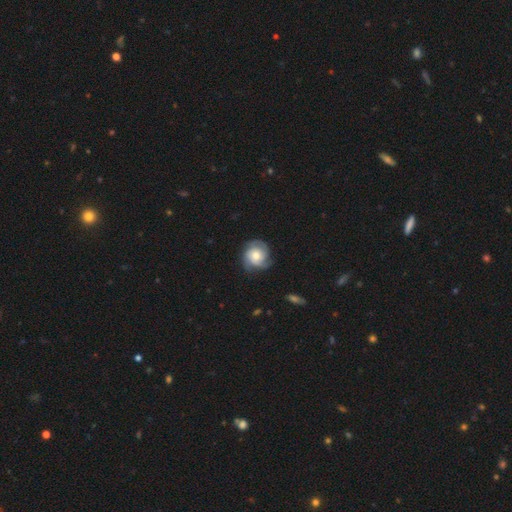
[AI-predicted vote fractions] Smooth or featured?
  - featured or disk: 74% *
  - smooth: 20%
  - star or artifact: 6%
Edge-on disk?
  - no: 98% *
  - yes: 2%
Bar?
  - no: 78% *
  - weak: 19%
  - strong: 4%
Spiral arms?
  - yes: 94% *
  - no: 6%
Spiral winding?
  - tight: 56% *
  - medium: 35%
  - loose: 9%
Spiral arm count?
  - 3: 50% *
  - 2: 19%
  - can't tell: 15%
  - 4: 8%
  - 1: 4%
  - more than 4: 4%
Bulge size?
  - moderate: 64% *
  - small: 24%
  - large: 9%
  - none: 1%
  - dominant: 1%
Merging?
  - none: 73% *
  - minor disturbance: 18%
  - major disturbance: 7%
  - merger: 1%